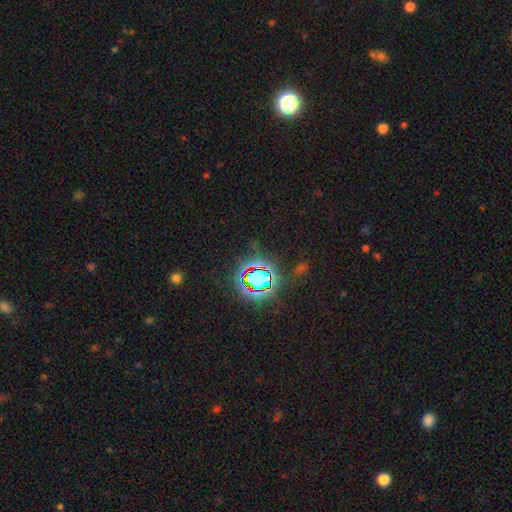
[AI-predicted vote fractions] This appears to be a star or artifact, not a galaxy (79%).